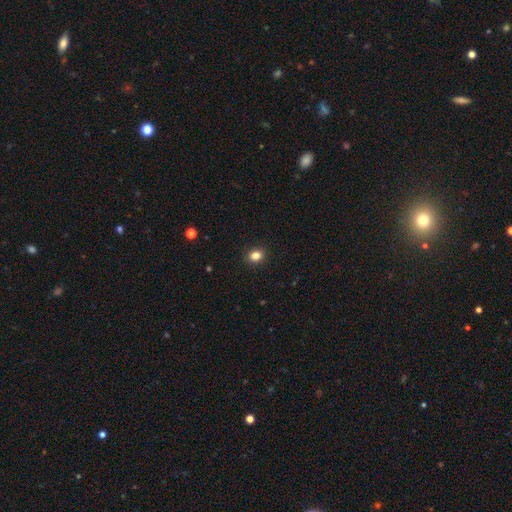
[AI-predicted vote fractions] Smooth or featured? Predicted: smooth (p=0.84). How rounded? Predicted: round (p=0.62). Merging? Predicted: none (p=0.91).